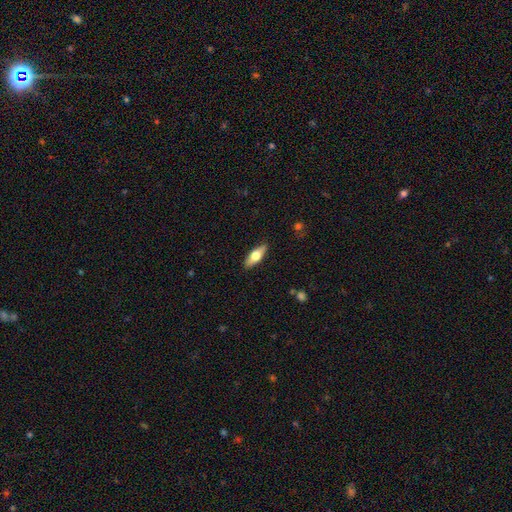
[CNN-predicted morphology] A smooth galaxy with no disk features (58%) that is in between round and cigar-shaped (62%).

Vote fractions:
- Smooth or featured? smooth: 58% / featured or disk: 37% / star or artifact: 6%
- How rounded? in between: 62% / cigar-shaped: 35% / round: 3%
- Merging? none: 88% / minor disturbance: 9% / major disturbance: 2% / merger: 1%